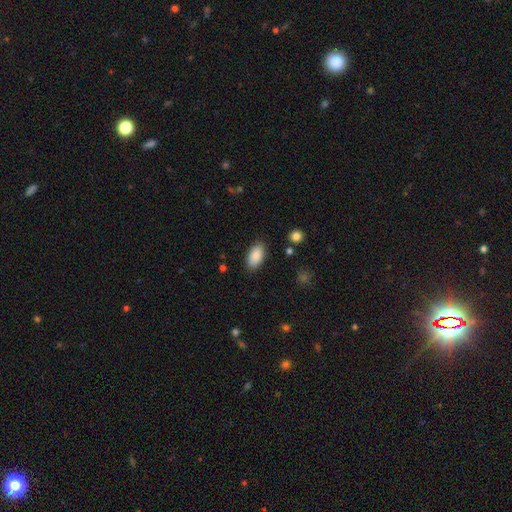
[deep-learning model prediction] Q: Smooth or featured?
A: smooth (88%); runner-up: star or artifact (7%)
Q: How rounded?
A: in between (94%); runner-up: cigar-shaped (3%)
Q: Merging?
A: none (84%); runner-up: minor disturbance (11%)